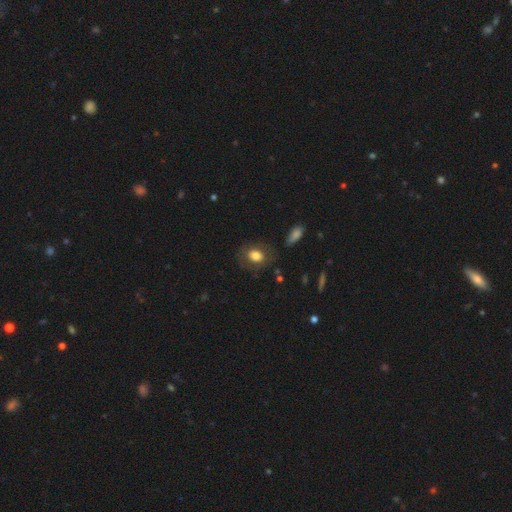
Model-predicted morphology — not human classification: Smooth or featured: smooth — 73% (featured or disk — 20%)
How rounded: in between — 60% (round — 39%)
Merging: none — 76% (minor disturbance — 14%)